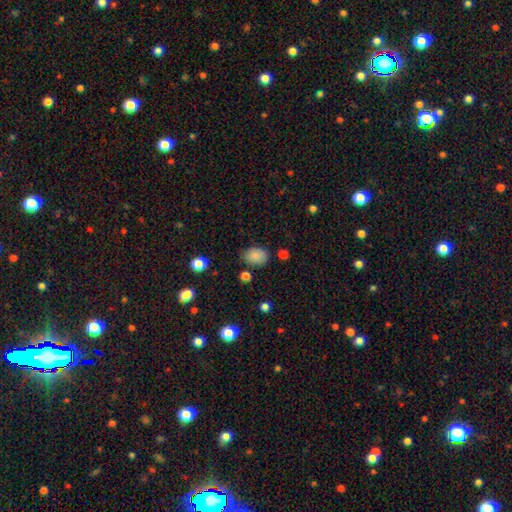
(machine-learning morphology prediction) Overall: smooth (86%). How rounded: in between (76%). Merging: none (76%).